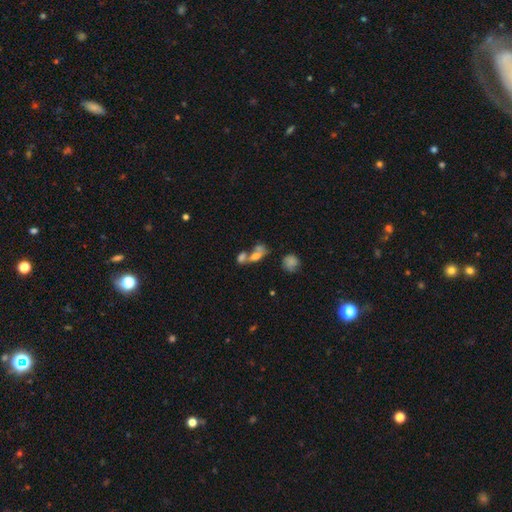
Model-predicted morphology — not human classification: A smooth galaxy with no disk features (64%) that is in between round and cigar-shaped (75%).

Vote fractions:
- Smooth or featured? smooth: 64% / featured or disk: 23% / star or artifact: 13%
- How rounded? in between: 75% / round: 15% / cigar-shaped: 10%
- Merging? merger: 60% / none: 23% / minor disturbance: 9% / major disturbance: 8%